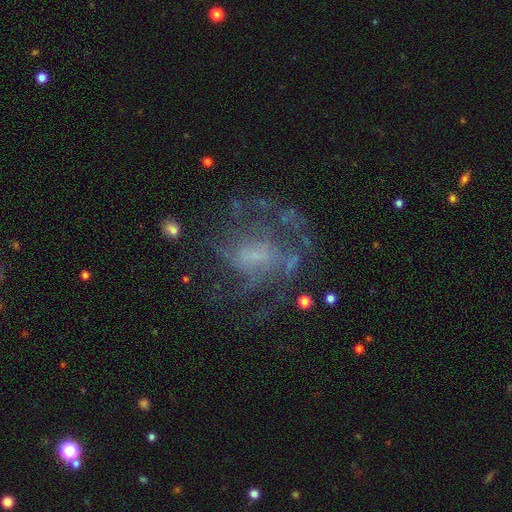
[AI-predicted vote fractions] smooth-or-featured: featured or disk: 74% | star or artifact: 14% | smooth: 13%
  disk-edge-on: no: 97% | yes: 3%
    bar: no: 59% | weak: 34% | strong: 7%
    has-spiral-arms: yes: 72% | no: 28%
      spiral-winding: medium: 42% | tight: 31% | loose: 27%
      spiral-arm-count: can't tell: 45% | 3: 17% | 4: 14% | 2: 12% | more than 4: 7% | 1: 6%
    bulge-size: small: 44% | none: 32% | moderate: 19% | large: 4% | dominant: 1%
  merging: none: 55% | major disturbance: 26% | minor disturbance: 16% | merger: 3%